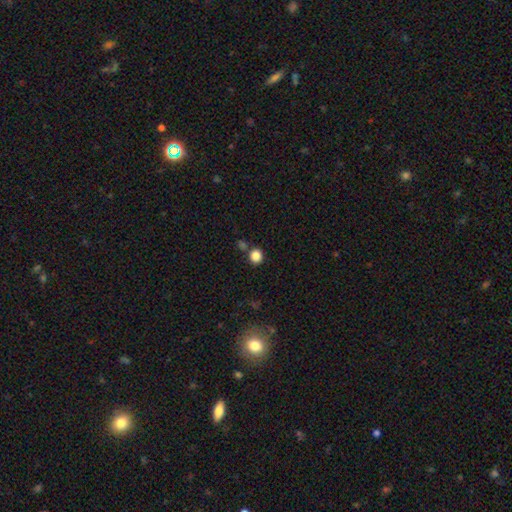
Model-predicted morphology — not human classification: smooth-or-featured: smooth: 84% | star or artifact: 11% | featured or disk: 4%
  how-rounded: round: 86% | in between: 13% | cigar-shaped: 1%
  merging: none: 75% | merger: 13% | minor disturbance: 9% | major disturbance: 3%